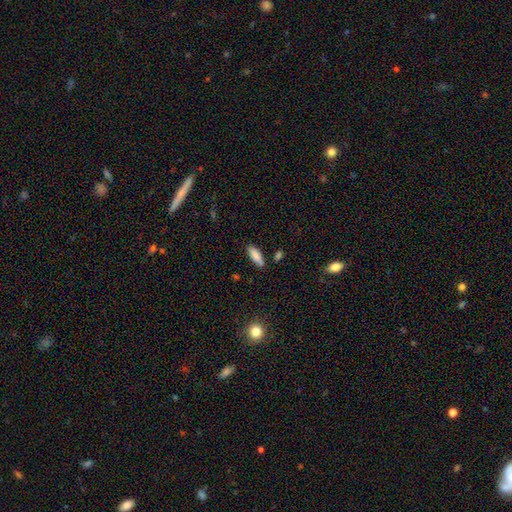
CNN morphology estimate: A smooth galaxy with no disk features (86%) that is in between round and cigar-shaped (62%). Merging: none (83%).